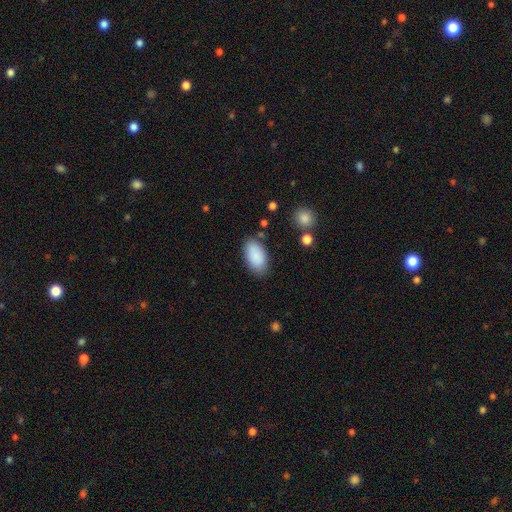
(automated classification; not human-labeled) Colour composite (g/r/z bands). It shows a smooth galaxy with no disk features (89%) that is in between round and cigar-shaped (94%). Merging: none (82%).